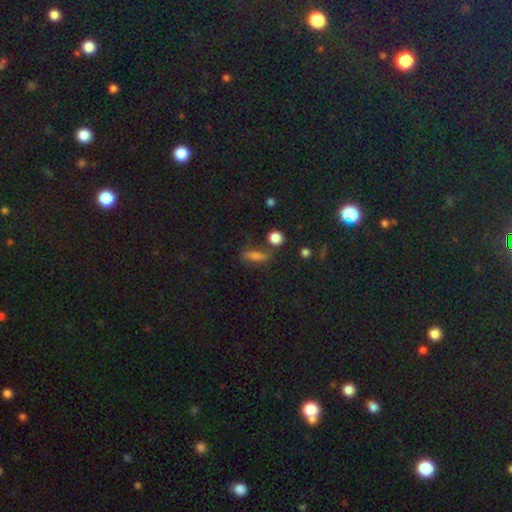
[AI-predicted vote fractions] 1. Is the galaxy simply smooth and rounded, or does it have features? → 60% smooth, 22% featured or disk, 18% star or artifact.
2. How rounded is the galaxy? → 51% cigar-shaped, 37% in between, 12% round.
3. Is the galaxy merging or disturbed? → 62% none, 20% minor disturbance, 9% merger, 9% major disturbance.